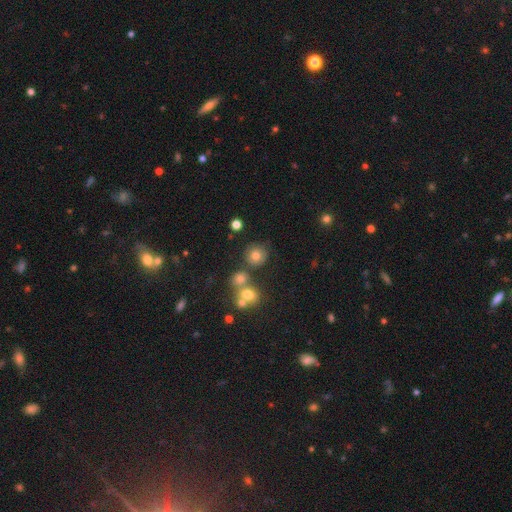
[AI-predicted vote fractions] A smooth galaxy with no disk features (72%) that is round (89%).

Vote fractions:
- Smooth or featured? smooth: 72% / star or artifact: 15% / featured or disk: 13%
- How rounded? round: 89% / in between: 10% / cigar-shaped: 1%
- Merging? none: 71% / minor disturbance: 12% / merger: 12% / major disturbance: 5%